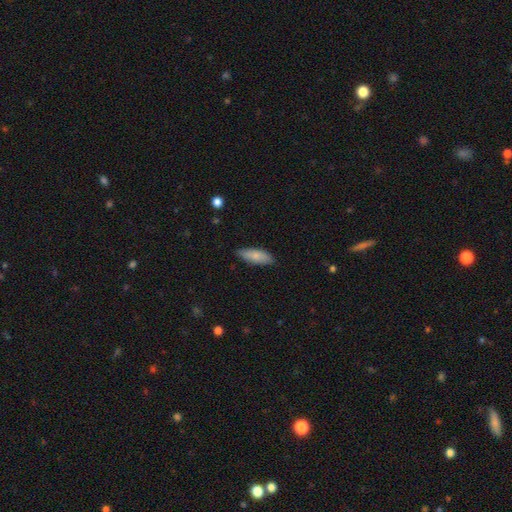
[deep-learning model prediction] The model was most divided on "how rounded": in between: 71%, cigar-shaped: 27%, round: 2%. More confident: merging — none (84%); smooth or featured — smooth (80%).